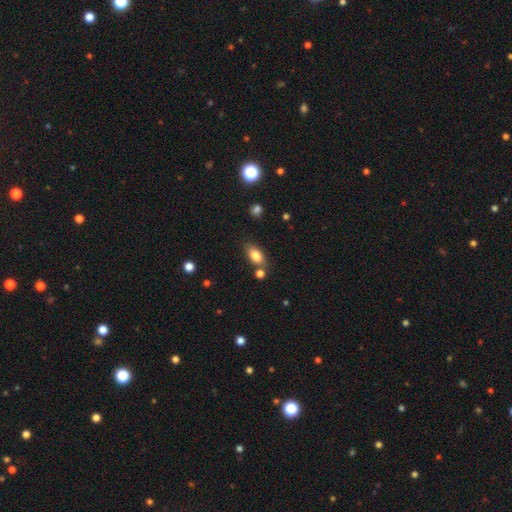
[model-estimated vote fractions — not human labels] This appears to be a smooth galaxy with no disk features (82%) that is in between round and cigar-shaped (87%). Merging: none (71%).